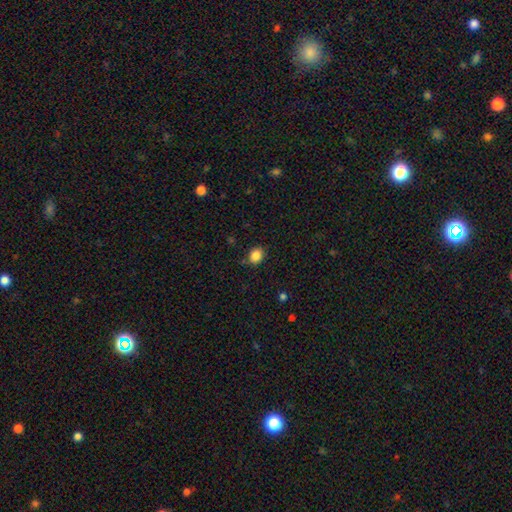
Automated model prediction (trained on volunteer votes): Morphology: type=smooth (85%); roundness=round (63%); merging=none (80%).